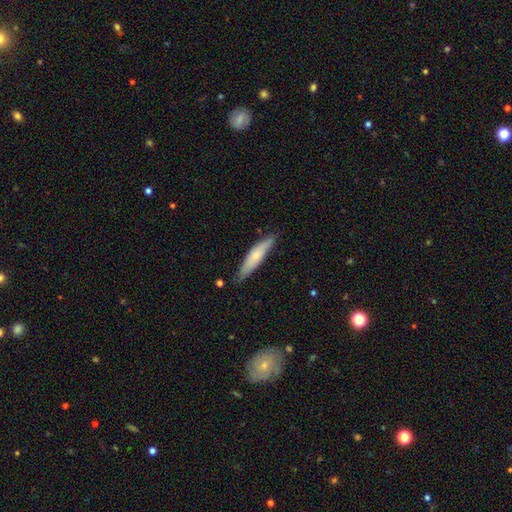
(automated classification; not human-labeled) Q: Smooth or featured?
A: smooth (64%); runner-up: featured or disk (31%)
Q: How rounded?
A: cigar-shaped (81%); runner-up: in between (17%)
Q: Merging?
A: none (77%); runner-up: minor disturbance (18%)